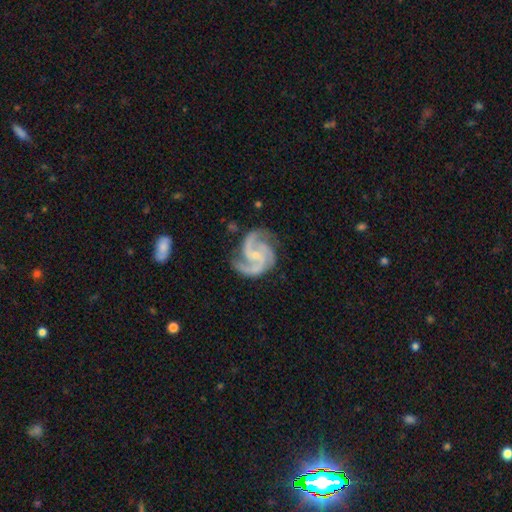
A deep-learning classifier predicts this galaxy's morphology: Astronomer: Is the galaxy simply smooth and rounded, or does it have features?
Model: featured or disk — 93%.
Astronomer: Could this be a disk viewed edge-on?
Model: no — 99%.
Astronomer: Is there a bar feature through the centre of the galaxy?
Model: no — 59%.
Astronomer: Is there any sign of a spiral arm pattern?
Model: yes — 99%.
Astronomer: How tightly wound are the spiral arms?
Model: medium — 59%.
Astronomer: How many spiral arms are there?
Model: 3 — 69%.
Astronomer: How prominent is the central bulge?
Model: small — 73%.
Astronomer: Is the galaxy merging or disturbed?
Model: none — 71%.